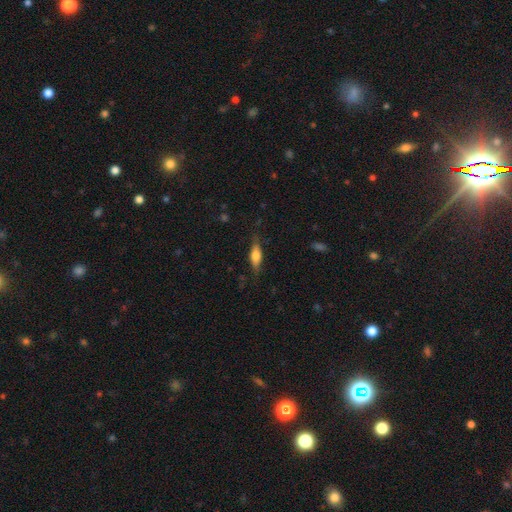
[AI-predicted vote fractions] Smooth or featured?
  - smooth: 57% *
  - featured or disk: 36%
  - star or artifact: 7%
How rounded?
  - in between: 55% *
  - cigar-shaped: 41%
  - round: 3%
Merging?
  - none: 75% *
  - minor disturbance: 18%
  - major disturbance: 5%
  - merger: 1%